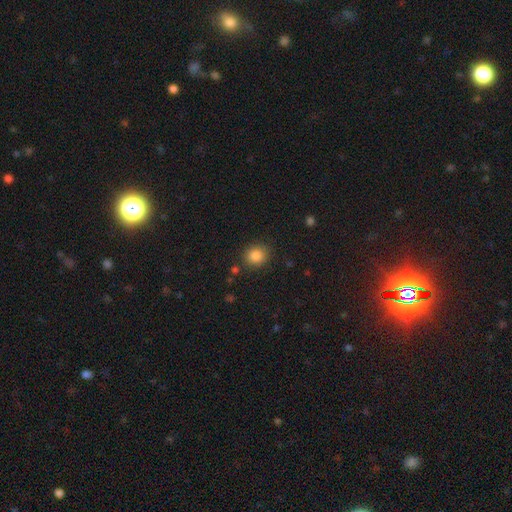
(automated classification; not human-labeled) A smooth galaxy with no disk features (86%) that is round (80%).

Vote fractions:
- Smooth or featured? smooth: 86% / star or artifact: 10% / featured or disk: 4%
- How rounded? round: 80% / in between: 19% / cigar-shaped: 1%
- Merging? none: 86% / minor disturbance: 9% / major disturbance: 3% / merger: 2%